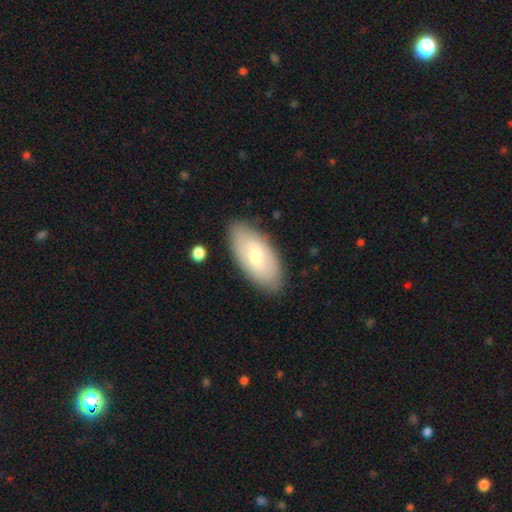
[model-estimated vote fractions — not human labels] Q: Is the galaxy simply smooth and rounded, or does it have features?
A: smooth — 60%.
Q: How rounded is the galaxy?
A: in between — 92%.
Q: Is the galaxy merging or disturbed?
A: none — 85%.